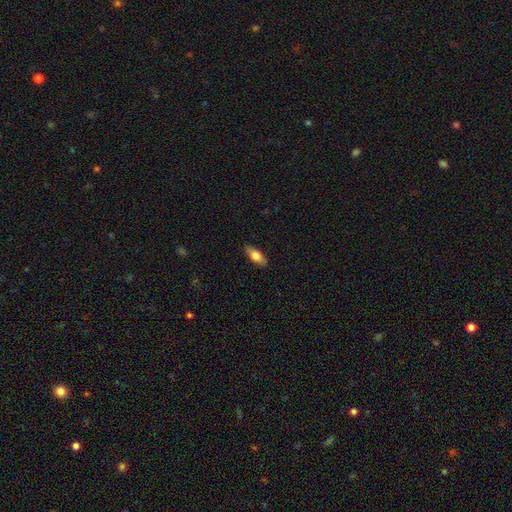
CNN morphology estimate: smooth 75%, featured or disk 18%, star or artifact 6%. Down the decision tree: how rounded — in between (82%); merging — none (88%).